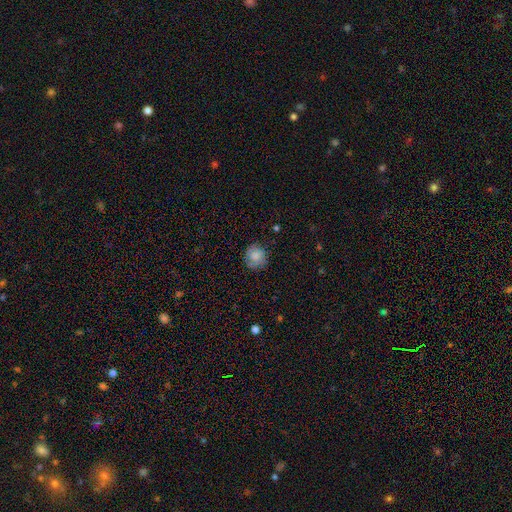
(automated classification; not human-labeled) Smooth or featured? smooth (80%)
How rounded? round (86%)
Merging? none (78%)